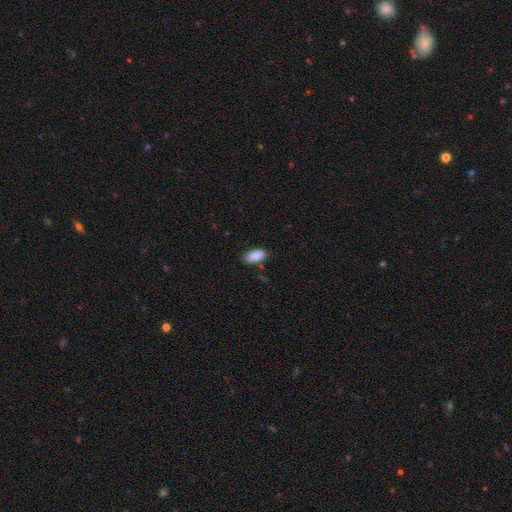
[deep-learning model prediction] Q: Smooth or featured?
A: smooth (89%); runner-up: star or artifact (7%)
Q: How rounded?
A: in between (93%); runner-up: cigar-shaped (5%)
Q: Merging?
A: none (79%); runner-up: minor disturbance (16%)